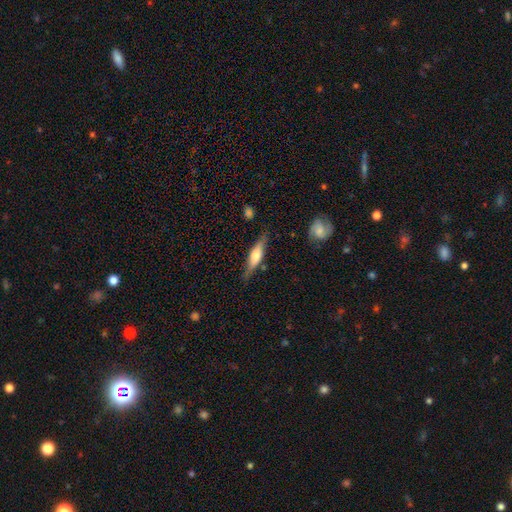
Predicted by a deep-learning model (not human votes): Smooth or featured?
  - featured or disk: 48% *
  - smooth: 46%
  - star or artifact: 6%
Merging?
  - none: 79% *
  - minor disturbance: 15%
  - major disturbance: 4%
  - merger: 3%